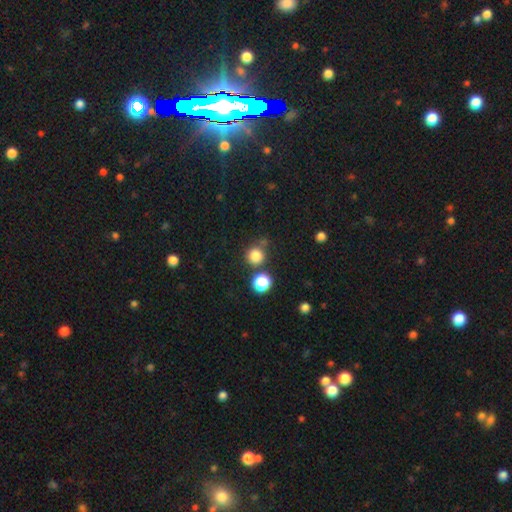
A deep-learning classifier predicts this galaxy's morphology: Smooth or featured? Predicted: smooth (p=0.81). How rounded? Predicted: round (p=0.92). Merging? Predicted: none (p=0.73).